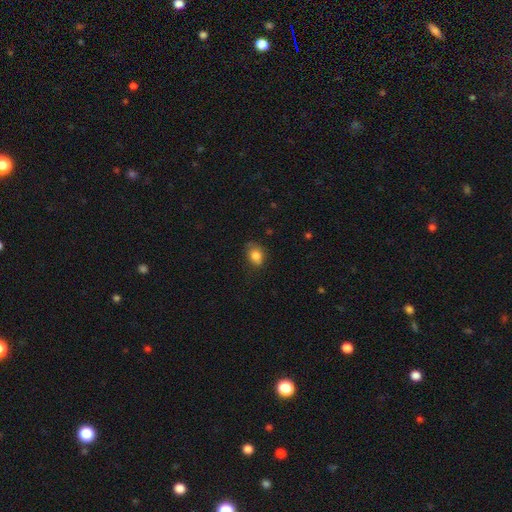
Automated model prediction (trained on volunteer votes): smooth 81%, star or artifact 9%, featured or disk 9%. Down the decision tree: how rounded — in between (64%); merging — none (62%).